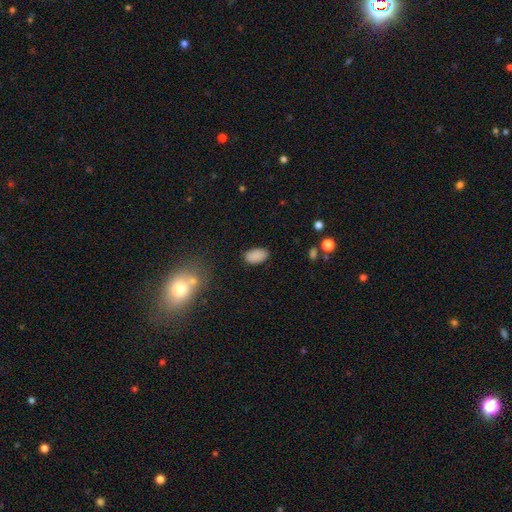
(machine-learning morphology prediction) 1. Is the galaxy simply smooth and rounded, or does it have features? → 87% smooth, 9% star or artifact, 4% featured or disk.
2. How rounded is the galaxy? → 94% in between, 5% round, 1% cigar-shaped.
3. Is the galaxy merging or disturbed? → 84% none, 11% minor disturbance, 3% major disturbance, 1% merger.